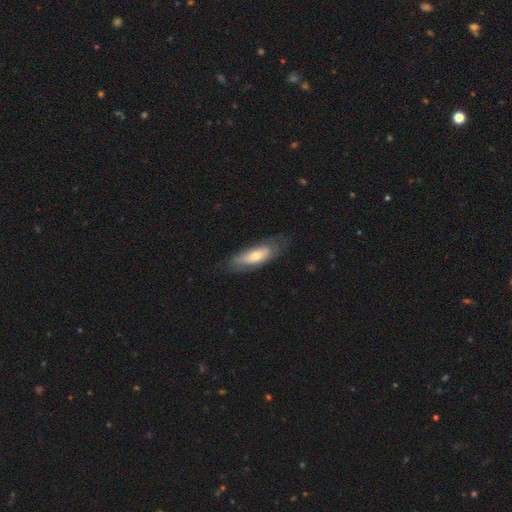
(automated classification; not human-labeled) Smooth or featured: smooth — 55% (featured or disk — 38%)
How rounded: in between — 60% (cigar-shaped — 37%)
Merging: none — 69% (minor disturbance — 22%)